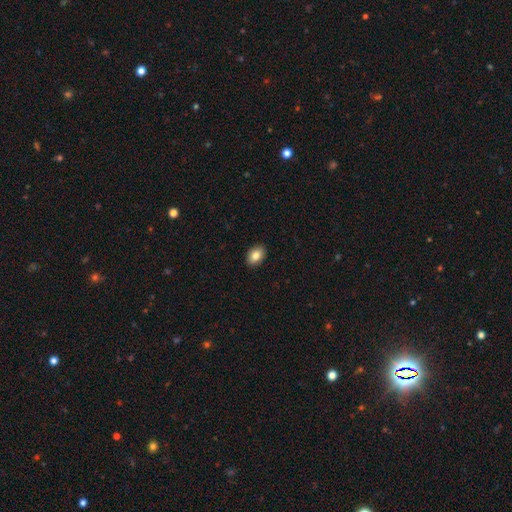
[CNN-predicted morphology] A smooth galaxy with no disk features (84%) that is in between round and cigar-shaped (81%). Merging: none (91%).